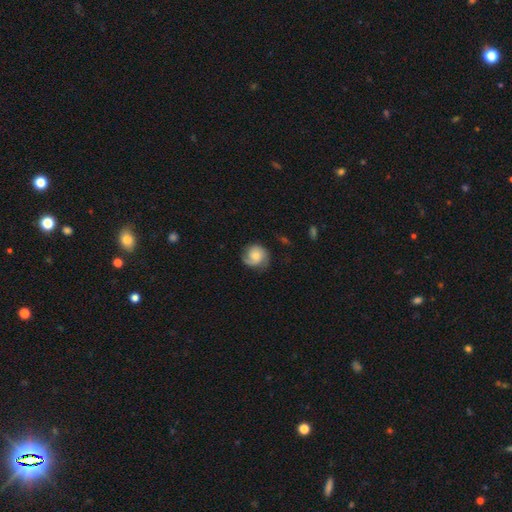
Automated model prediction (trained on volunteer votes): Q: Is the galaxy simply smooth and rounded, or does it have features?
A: featured or disk — 57%.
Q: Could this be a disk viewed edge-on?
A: no — 98%.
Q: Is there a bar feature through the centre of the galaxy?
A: no — 75%.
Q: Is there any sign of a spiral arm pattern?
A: yes — 91%.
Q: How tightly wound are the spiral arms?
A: tight — 46%.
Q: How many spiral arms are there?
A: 2 — 52%.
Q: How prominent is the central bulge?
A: moderate — 48%.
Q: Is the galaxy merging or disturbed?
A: none — 69%.